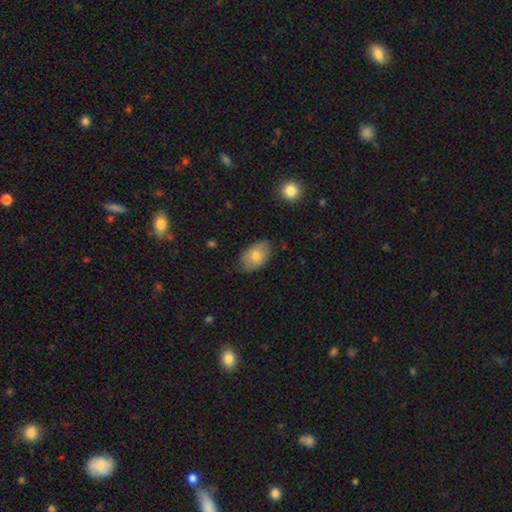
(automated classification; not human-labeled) Q: Smooth or featured?
A: smooth (74%); runner-up: featured or disk (19%)
Q: How rounded?
A: in between (90%); runner-up: round (9%)
Q: Merging?
A: none (74%); runner-up: minor disturbance (22%)